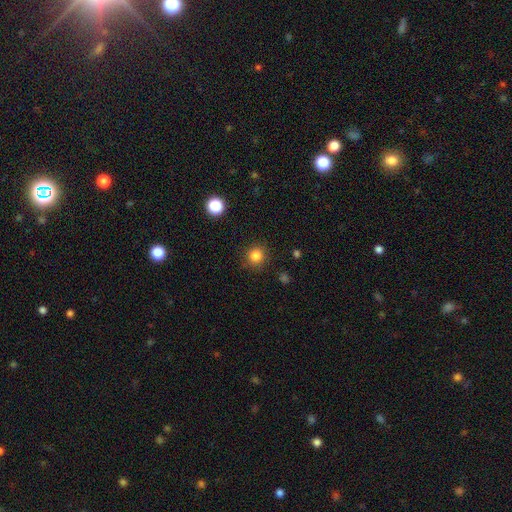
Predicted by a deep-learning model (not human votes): The model was most divided on "smooth or featured": smooth: 84%, star or artifact: 12%, featured or disk: 4%. More confident: how rounded — round (94%); merging — none (89%).